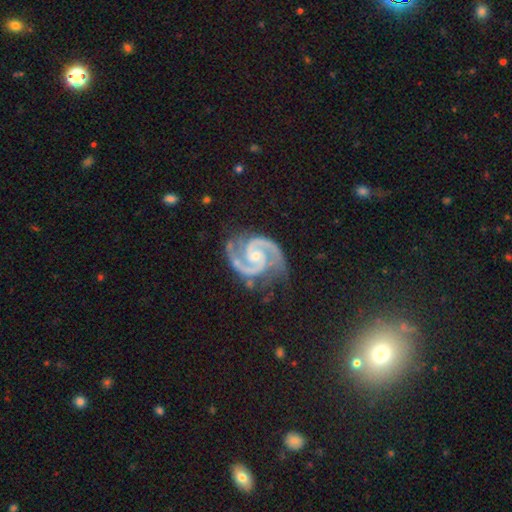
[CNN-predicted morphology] smooth-or-featured: featured or disk: 94% | star or artifact: 4% | smooth: 2%
  disk-edge-on: no: 98% | yes: 2%
    bar: no: 57% | weak: 33% | strong: 11%
    has-spiral-arms: yes: 99% | no: 1%
      spiral-winding: medium: 57% | tight: 36% | loose: 7%
      spiral-arm-count: 2: 94% | 3: 2% | can't tell: 1% | 1: 1% | 4: 1% | more than 4: 1%
    bulge-size: small: 54% | moderate: 40% | none: 4% | large: 1% | dominant: 1%
  merging: none: 75% | minor disturbance: 18% | major disturbance: 5% | merger: 2%